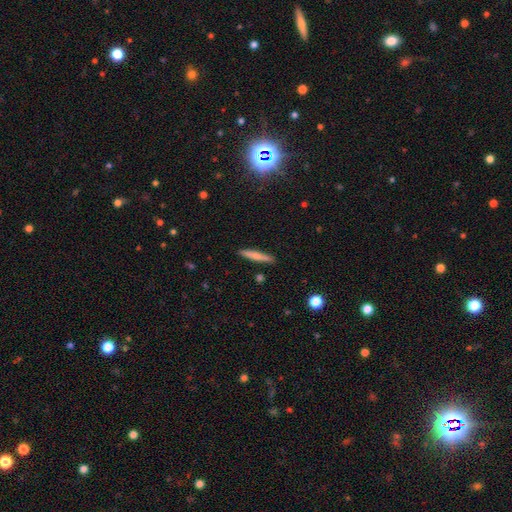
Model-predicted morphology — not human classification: Smooth or featured? smooth (70%)
How rounded? cigar-shaped (93%)
Merging? none (89%)